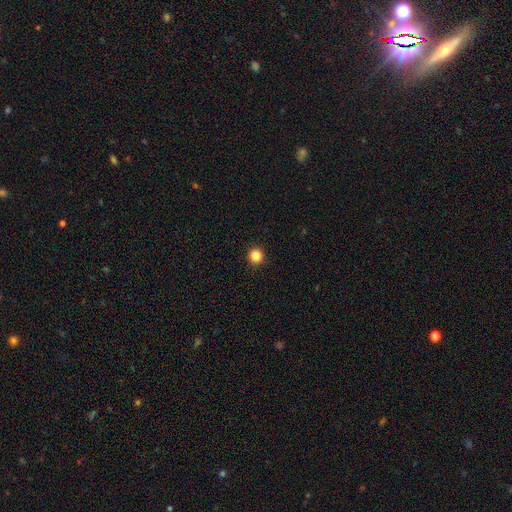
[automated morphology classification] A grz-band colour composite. It shows a smooth galaxy with no disk features (86%) that is round (95%). Merging: none (93%).